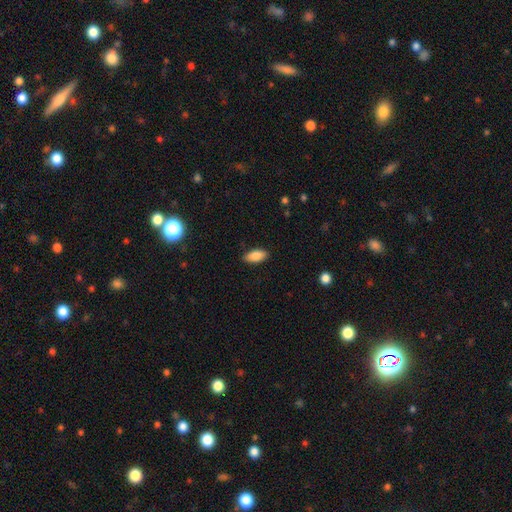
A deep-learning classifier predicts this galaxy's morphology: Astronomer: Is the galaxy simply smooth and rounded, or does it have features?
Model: smooth — 87%.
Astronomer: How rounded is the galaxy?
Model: in between — 88%.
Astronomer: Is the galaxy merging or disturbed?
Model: none — 88%.